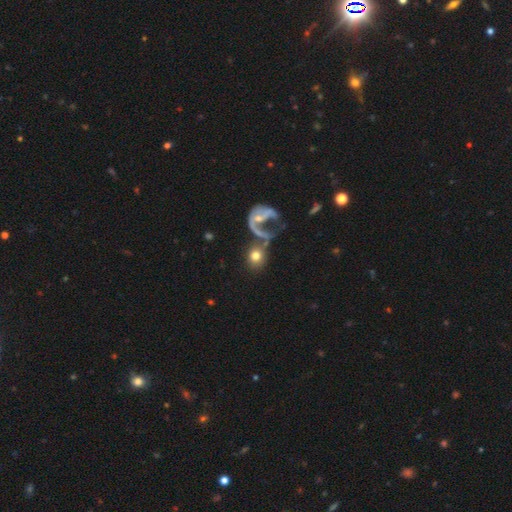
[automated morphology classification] type=smooth (68%); roundness=round (72%); merging=none (39%).